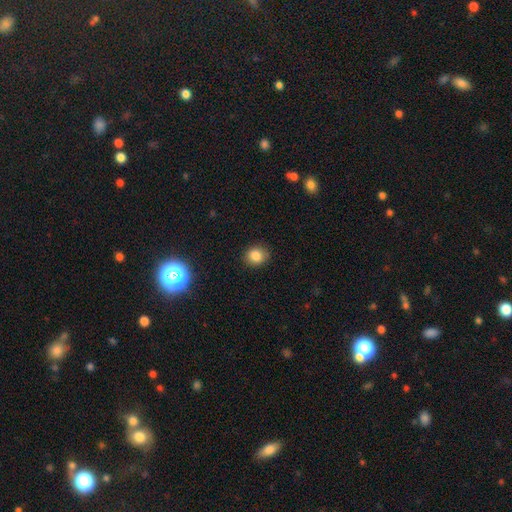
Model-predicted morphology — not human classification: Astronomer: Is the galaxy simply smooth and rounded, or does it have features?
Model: smooth — 82%.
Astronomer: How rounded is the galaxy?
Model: round — 72%.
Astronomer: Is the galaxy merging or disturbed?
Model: none — 86%.